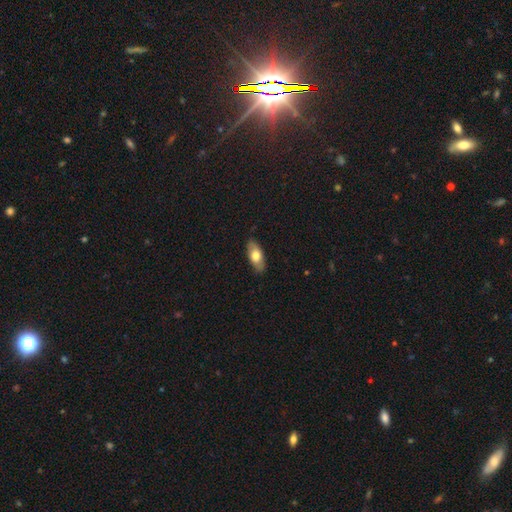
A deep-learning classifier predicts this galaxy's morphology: Smooth or featured? smooth (66%)
How rounded? in between (85%)
Merging? none (87%)